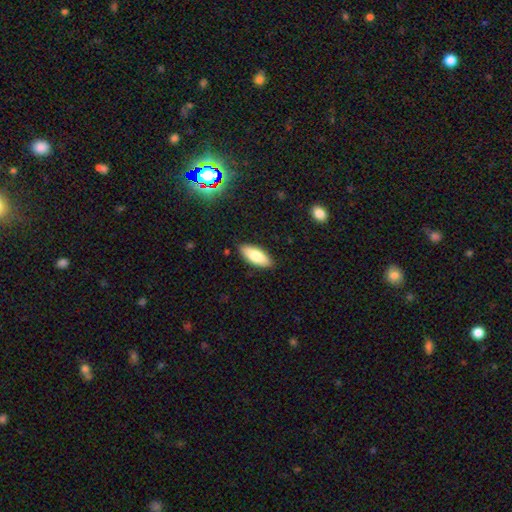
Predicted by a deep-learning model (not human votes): The model was most divided on "how rounded": in between: 81%, cigar-shaped: 17%, round: 2%. More confident: merging — none (86%); smooth or featured — smooth (80%).